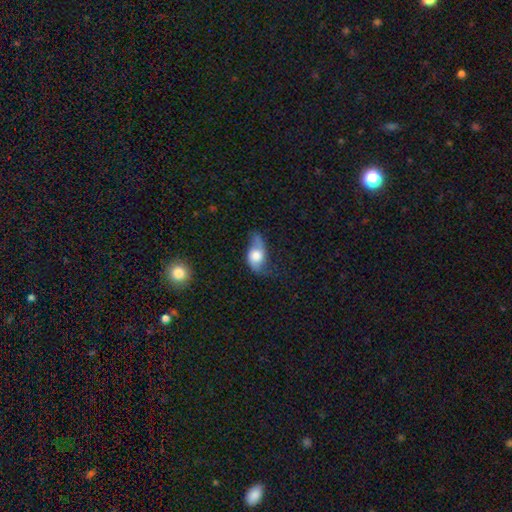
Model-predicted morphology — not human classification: This is possibly a smooth galaxy (51%). How rounded: clearly in between (80%). Merging: marginally none (38%).